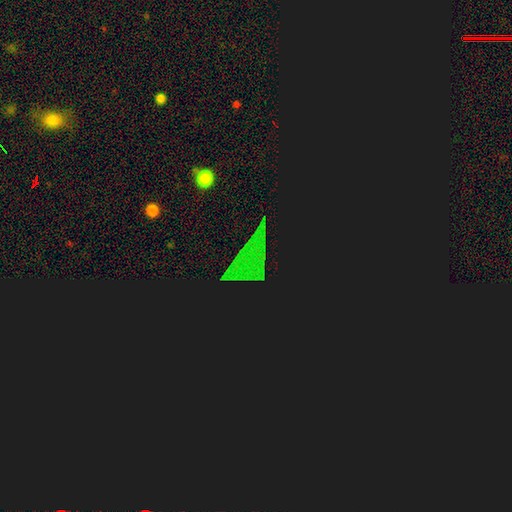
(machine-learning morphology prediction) smooth_or_featured: star or artifact (p=0.77) [alt: smooth p=0.13]